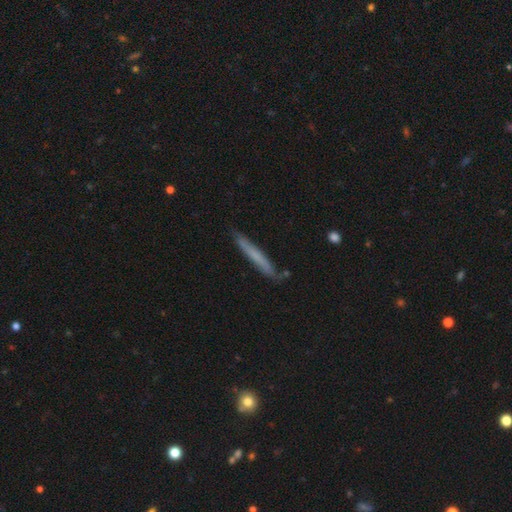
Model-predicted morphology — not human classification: smooth_or_featured: smooth (p=0.60) [alt: featured or disk p=0.34]
how_rounded: cigar-shaped (p=0.96) [alt: in between p=0.03]
merging: none (p=0.83) [alt: minor disturbance p=0.13]